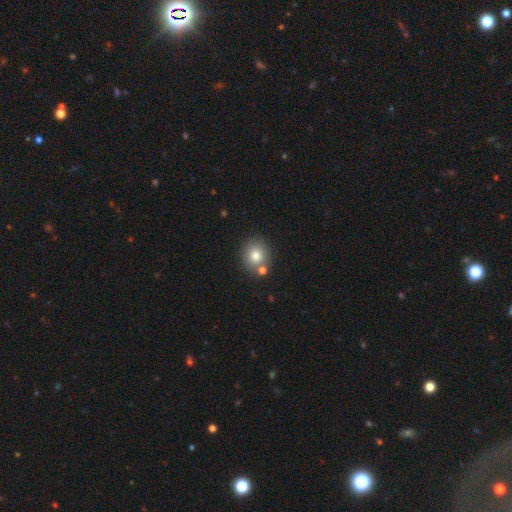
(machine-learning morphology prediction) Smooth or featured? smooth (79%)
How rounded? round (81%)
Merging? none (72%)